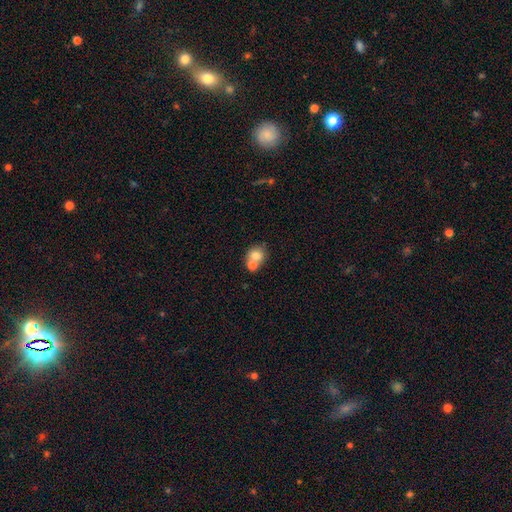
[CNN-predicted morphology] smooth 74%, featured or disk 16%, star or artifact 10%. Down the decision tree: how rounded — round (73%); merging — merger (49%).